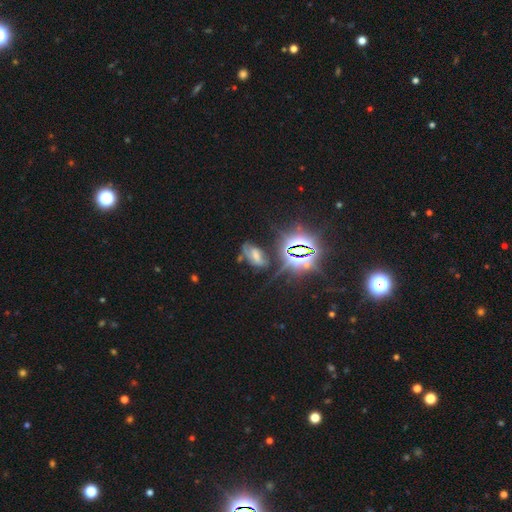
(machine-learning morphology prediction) A star or artifact, not a galaxy (42%).